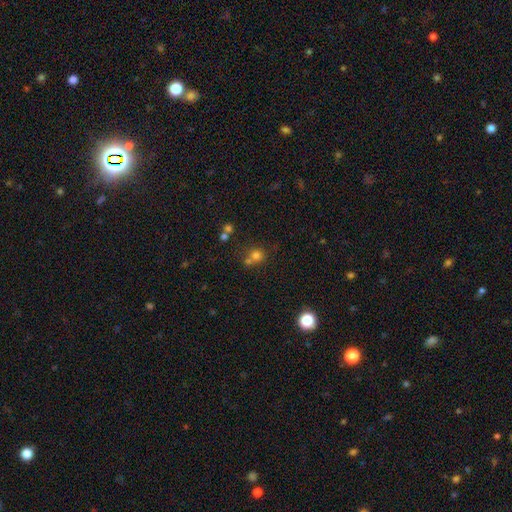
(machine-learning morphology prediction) smooth-or-featured: smooth: 72% | star or artifact: 17% | featured or disk: 10%
  how-rounded: round: 82% | in between: 17% | cigar-shaped: 1%
  merging: none: 50% | merger: 36% | minor disturbance: 9% | major disturbance: 4%